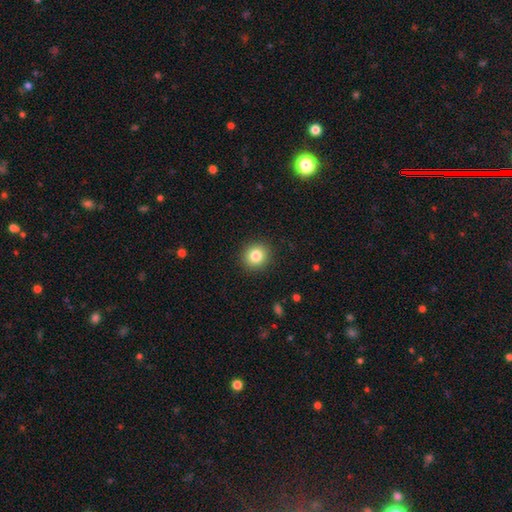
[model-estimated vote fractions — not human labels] smooth-or-featured: smooth: 82% | star or artifact: 10% | featured or disk: 7%
  how-rounded: round: 86% | in between: 13% | cigar-shaped: 1%
  merging: none: 91% | minor disturbance: 6% | major disturbance: 2% | merger: 1%